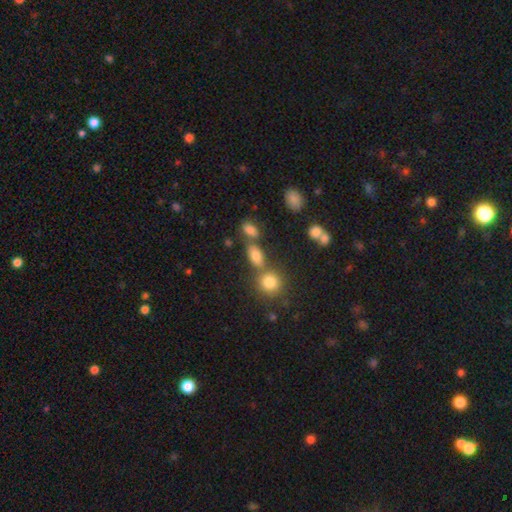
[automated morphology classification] Overall: smooth (78%). How rounded: in between (74%). Merging: none (56%; merger 27%).